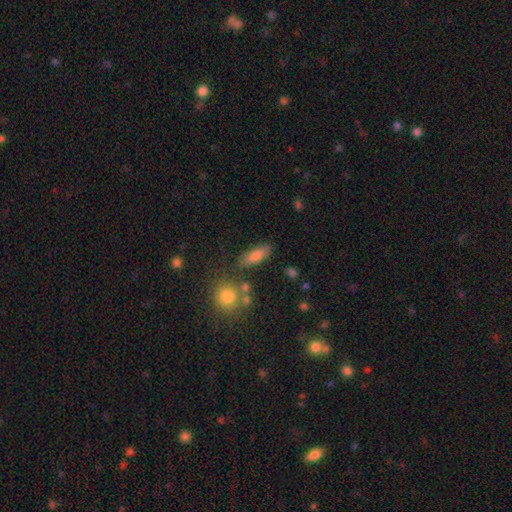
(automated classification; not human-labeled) The model was most divided on "how rounded": in between: 70%, cigar-shaped: 26%, round: 4%. More confident: smooth or featured — smooth (80%); merging — none (74%).